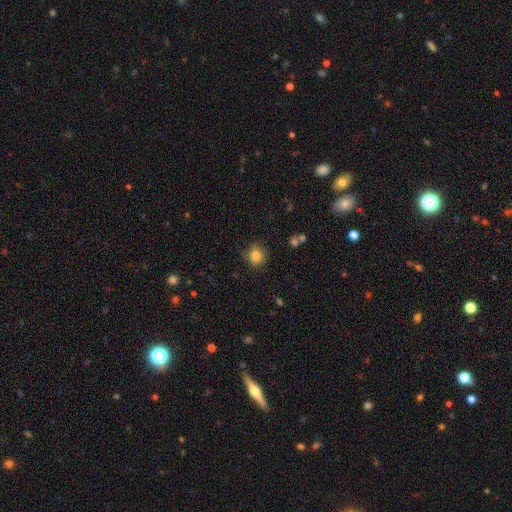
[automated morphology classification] Smooth or featured: smooth — 83% (star or artifact — 10%)
How rounded: round — 64% (in between — 35%)
Merging: none — 81% (minor disturbance — 14%)